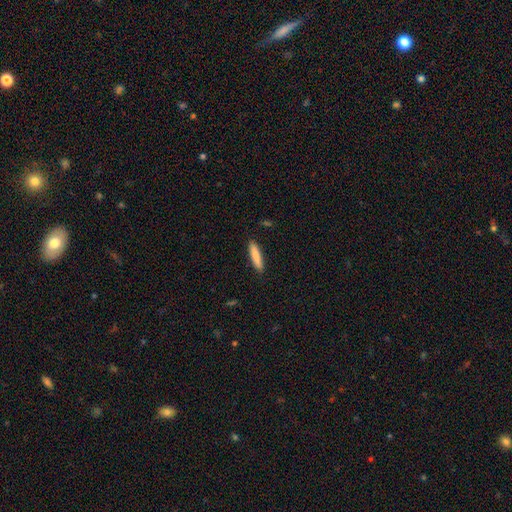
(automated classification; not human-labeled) This is clearly a smooth galaxy (85%). How rounded: clearly cigar-shaped (85%). Merging: clearly none (90%).